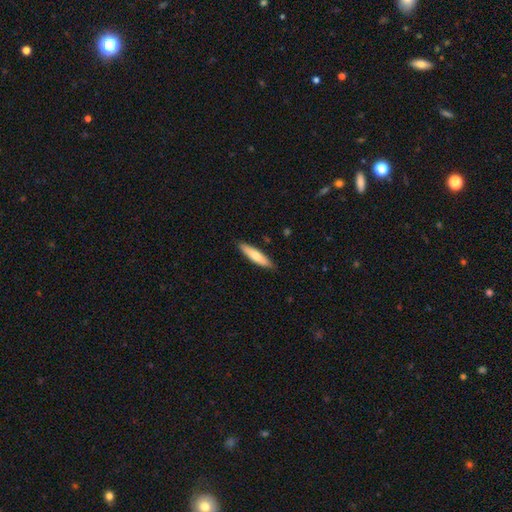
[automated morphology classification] smooth_or_featured: smooth (p=0.71) [alt: featured or disk p=0.24]
how_rounded: cigar-shaped (p=0.78) [alt: in between p=0.20]
merging: none (p=0.88) [alt: minor disturbance p=0.09]